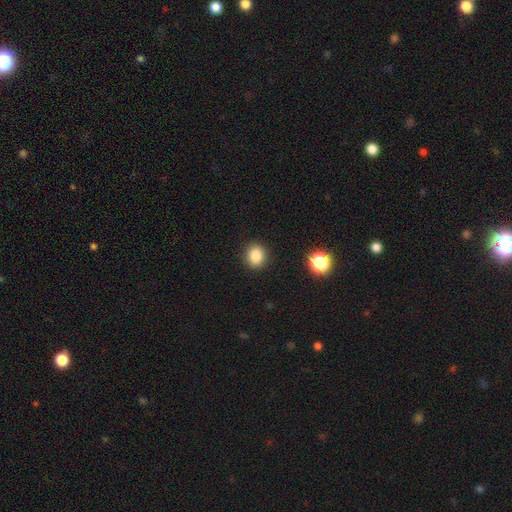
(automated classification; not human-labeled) smooth-or-featured: smooth: 84% | star or artifact: 11% | featured or disk: 4%
  how-rounded: round: 81% | in between: 18% | cigar-shaped: 1%
  merging: none: 90% | minor disturbance: 6% | major disturbance: 2% | merger: 1%